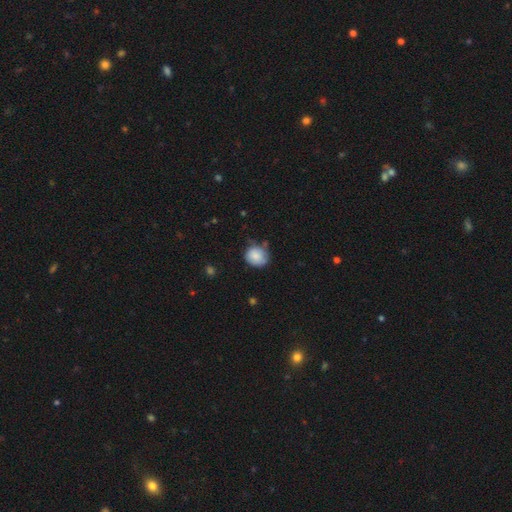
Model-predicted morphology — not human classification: Q: Smooth or featured?
A: smooth (81%); runner-up: featured or disk (11%)
Q: How rounded?
A: round (75%); runner-up: in between (24%)
Q: Merging?
A: none (58%); runner-up: minor disturbance (31%)